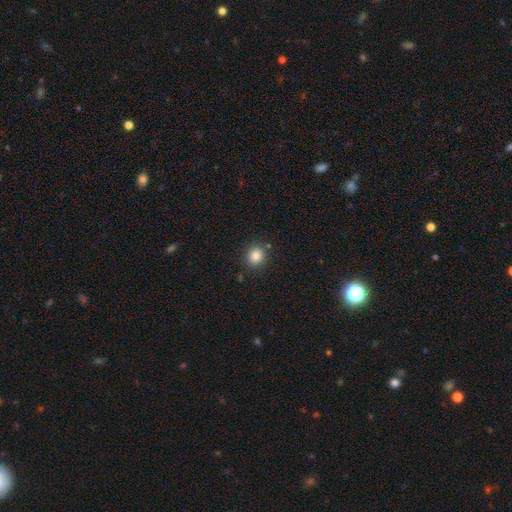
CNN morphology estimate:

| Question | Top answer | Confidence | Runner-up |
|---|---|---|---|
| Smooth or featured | smooth | 85% | star or artifact (11%) |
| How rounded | round | 81% | in between (18%) |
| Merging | none | 85% | minor disturbance (9%) |